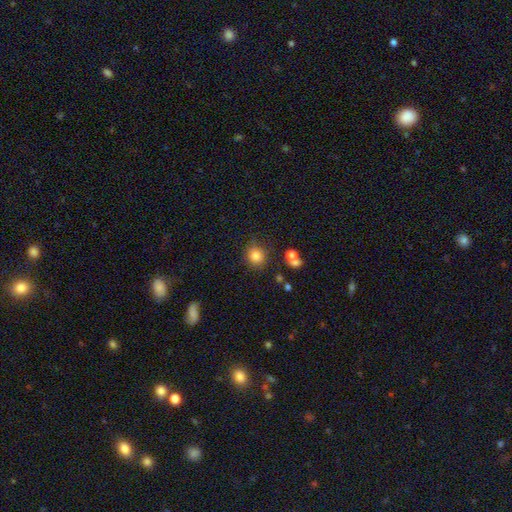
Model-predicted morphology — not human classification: Overall: smooth (83%). How rounded: round (86%). Merging: none (80%).